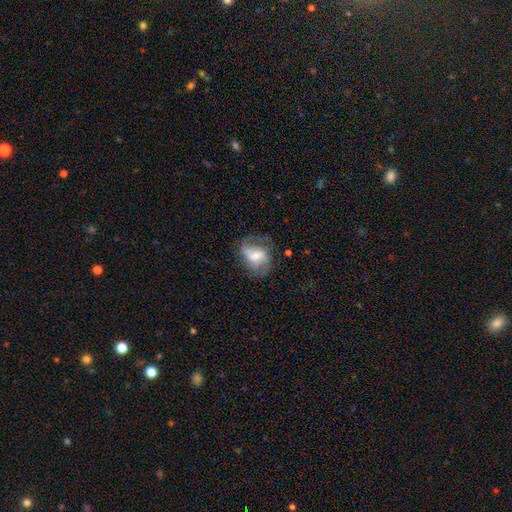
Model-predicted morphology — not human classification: type=featured or disk (72%); edge-on=no (97%); bar=weak (48%); spiral arms=yes (90%); winding=medium (43%); arm count=2 (73%); bulge=moderate (46%); merging=none (62%).